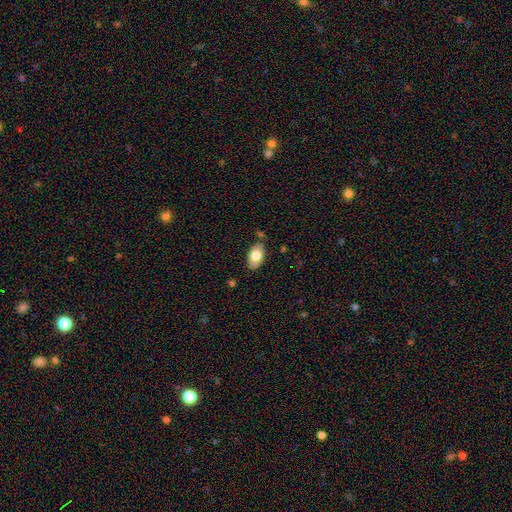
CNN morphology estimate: The model was most divided on "smooth or featured": smooth: 78%, featured or disk: 16%, star or artifact: 7%. More confident: how rounded — in between (93%); merging — none (78%).